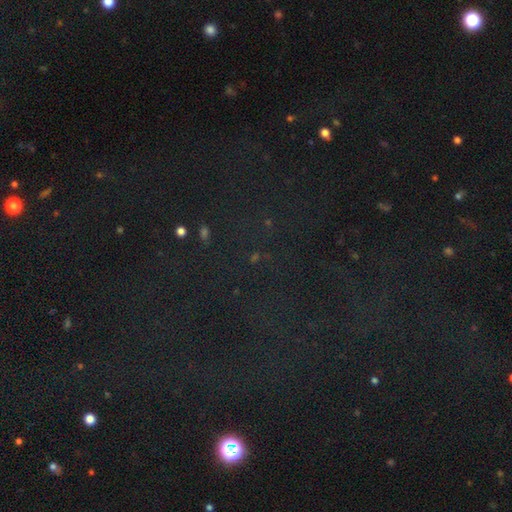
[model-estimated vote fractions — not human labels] This is likely a star or artifact rather than a galaxy (74%).